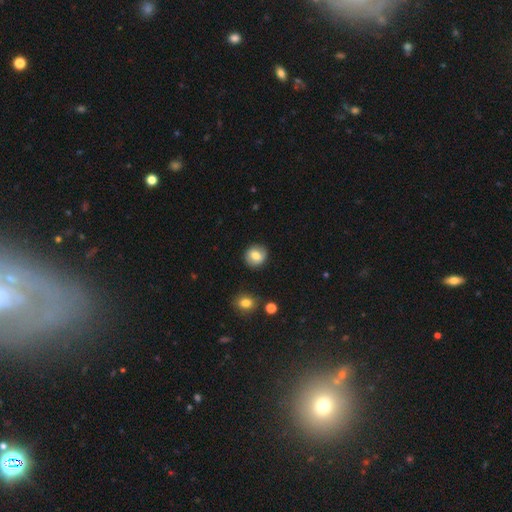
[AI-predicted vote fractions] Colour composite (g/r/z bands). It shows a smooth galaxy with no disk features (71%) that is round (84%). Merging: none (86%).